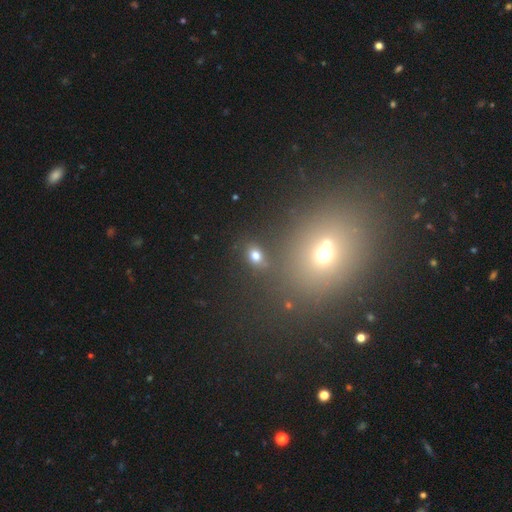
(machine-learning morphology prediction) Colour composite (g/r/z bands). It shows a smooth galaxy with no disk features (72%) that is in between round and cigar-shaped (62%). Merging: none (76%).